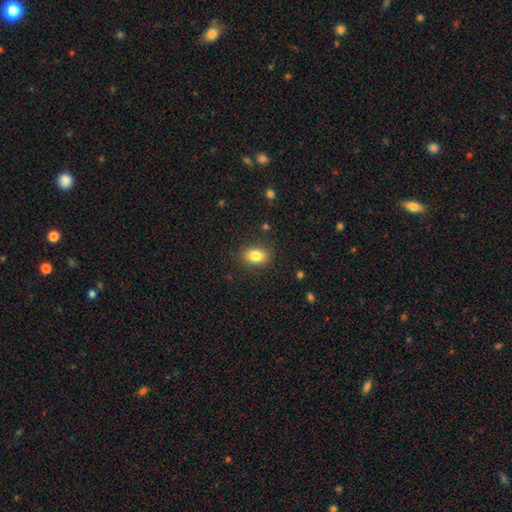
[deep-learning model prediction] Smooth or featured? Predicted: smooth (p=0.84). How rounded? Predicted: in between (p=0.77). Merging? Predicted: none (p=0.87).